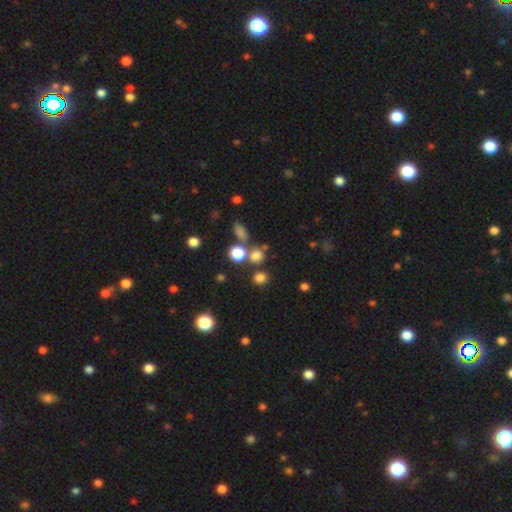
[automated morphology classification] This appears to be a smooth galaxy with no disk features (74%) that is round (81%). Merging: none (64%).